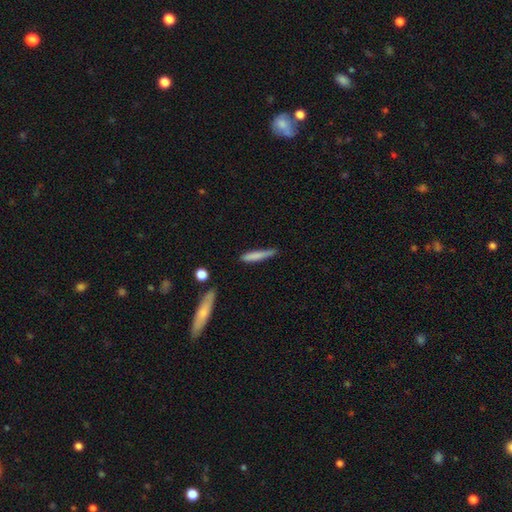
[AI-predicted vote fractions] A smooth galaxy with no disk features (77%) that is cigar-shaped (91%). Merging: none (68%).